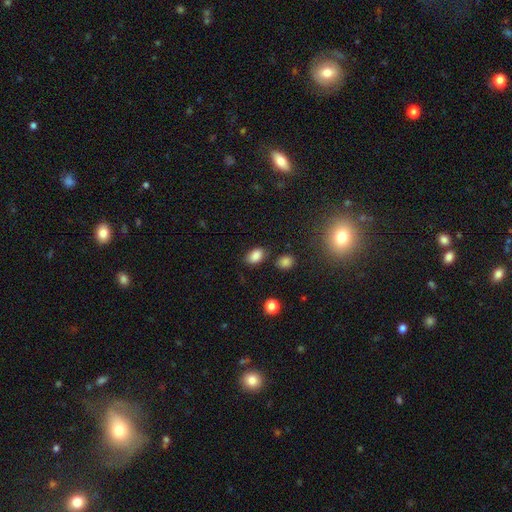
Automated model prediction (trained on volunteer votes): The model was most divided on "merging": none: 78%, minor disturbance: 14%, merger: 5%, major disturbance: 4%. More confident: how rounded — in between (85%); smooth or featured — smooth (84%).